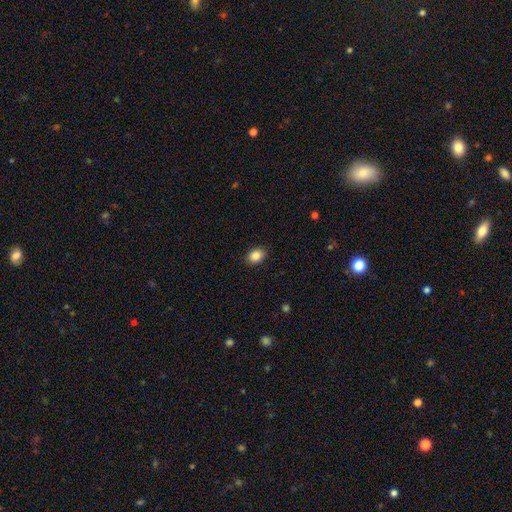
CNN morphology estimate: Smooth or featured: smooth — 86% (star or artifact — 8%)
How rounded: in between — 70% (round — 29%)
Merging: none — 89% (minor disturbance — 8%)